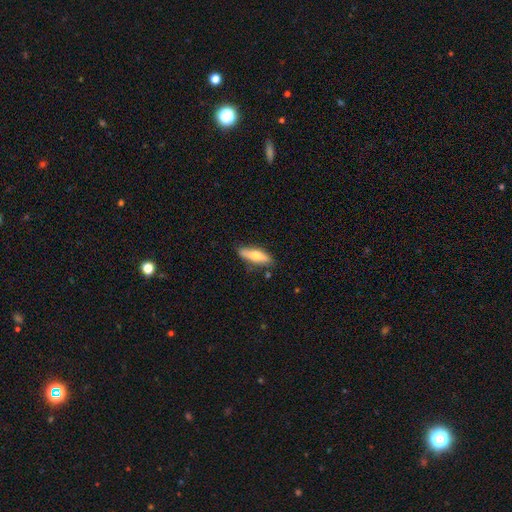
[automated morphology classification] A smooth galaxy with no disk features (61%) that is cigar-shaped (55%).

Vote fractions:
- Smooth or featured? smooth: 61% / featured or disk: 33% / star or artifact: 6%
- How rounded? cigar-shaped: 55% / in between: 43% / round: 2%
- Merging? none: 80% / minor disturbance: 15% / major disturbance: 3% / merger: 2%